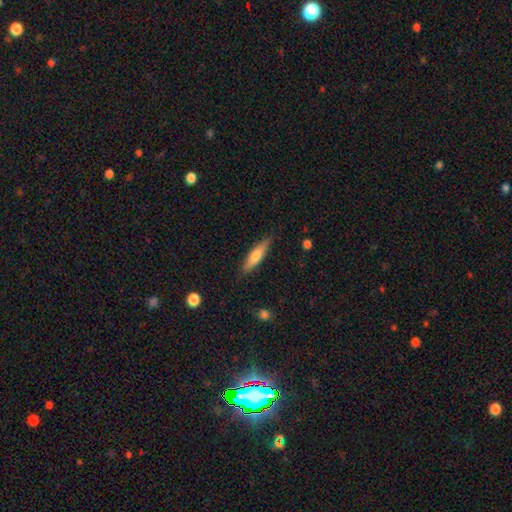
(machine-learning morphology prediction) A smooth galaxy with no disk features (63%) that is cigar-shaped (79%).

Vote fractions:
- Smooth or featured? smooth: 63% / featured or disk: 31% / star or artifact: 6%
- How rounded? cigar-shaped: 79% / in between: 20% / round: 2%
- Merging? none: 86% / minor disturbance: 10% / major disturbance: 2% / merger: 1%